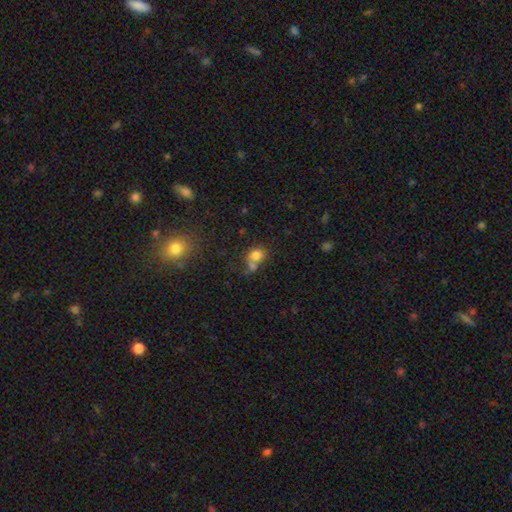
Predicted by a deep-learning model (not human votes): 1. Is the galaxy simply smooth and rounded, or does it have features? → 77% smooth, 12% star or artifact, 11% featured or disk.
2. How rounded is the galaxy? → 60% round, 39% in between, 1% cigar-shaped.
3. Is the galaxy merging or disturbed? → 40% merger, 39% none, 13% minor disturbance, 8% major disturbance.